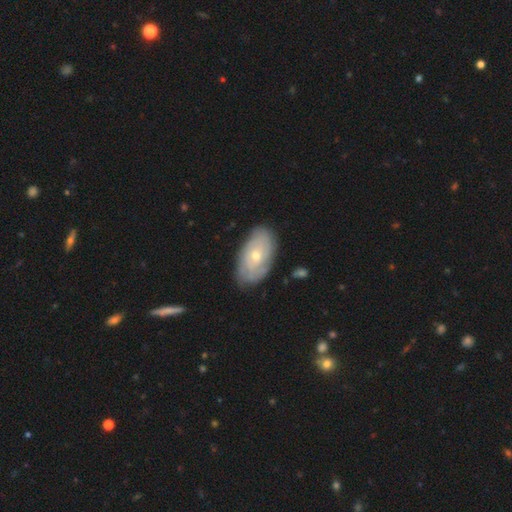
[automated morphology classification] featured or disk 63%, smooth 31%, star or artifact 6%. Down the decision tree: edge-on disk — no (93%); bar — no (82%); spiral arms — yes (72%); bulge size — small (56%); merging — none (82%).